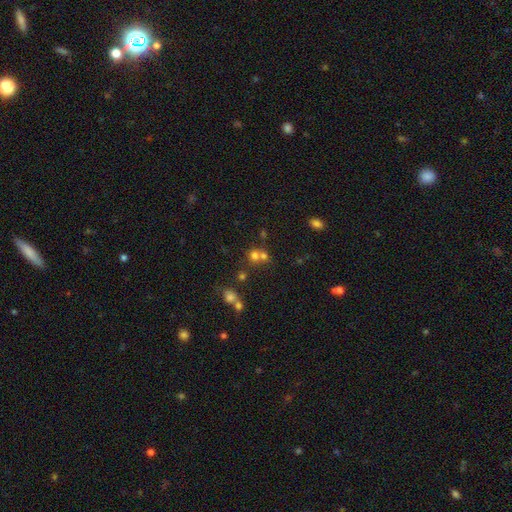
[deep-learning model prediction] Smooth or featured? Predicted: smooth (p=0.64). How rounded? Predicted: round (p=0.85). Merging? Predicted: none (p=0.46).